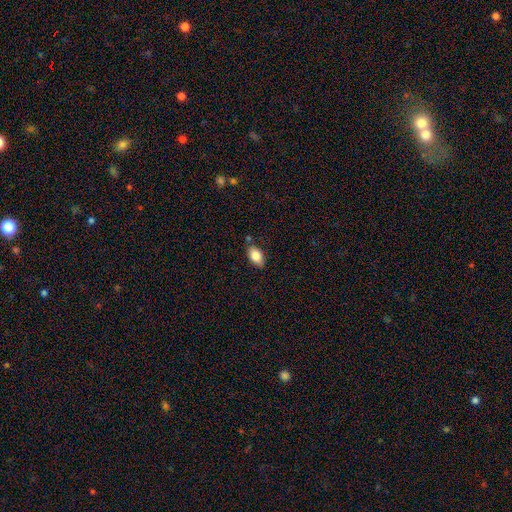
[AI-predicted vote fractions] smooth_or_featured: smooth (p=0.84) [alt: featured or disk p=0.08]
how_rounded: in between (p=0.92) [alt: round p=0.06]
merging: none (p=0.78) [alt: minor disturbance p=0.15]